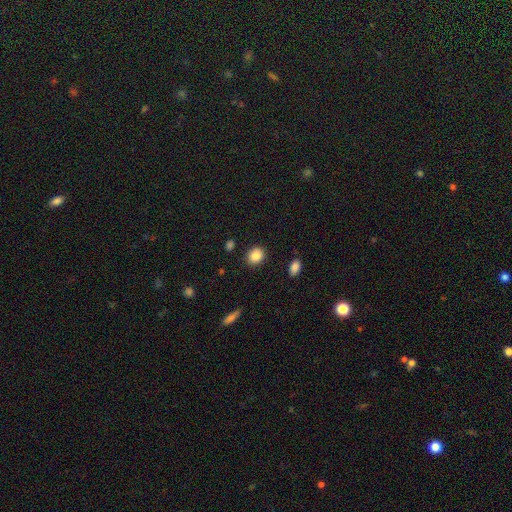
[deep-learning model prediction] Smooth or featured: smooth — 87% (star or artifact — 9%)
How rounded: round — 62% (in between — 37%)
Merging: none — 87% (minor disturbance — 8%)